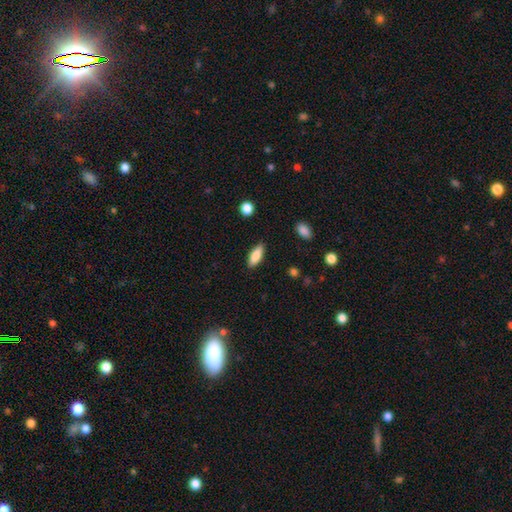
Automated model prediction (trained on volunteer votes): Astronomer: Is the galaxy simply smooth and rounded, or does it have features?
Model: smooth — 82%.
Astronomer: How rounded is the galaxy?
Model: in between — 65%.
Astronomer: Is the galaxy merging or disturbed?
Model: none — 86%.